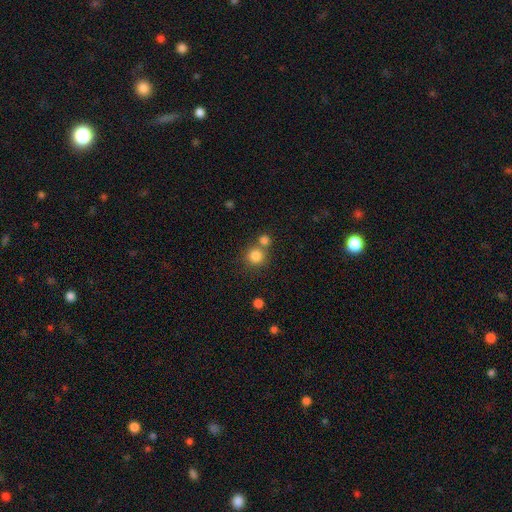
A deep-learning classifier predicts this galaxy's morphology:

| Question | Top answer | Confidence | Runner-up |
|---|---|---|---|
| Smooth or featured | smooth | 82% | star or artifact (12%) |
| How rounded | round | 91% | in between (8%) |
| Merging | none | 63% | merger (27%) |